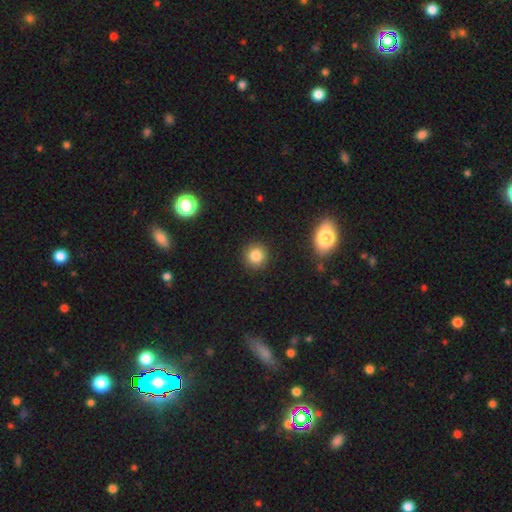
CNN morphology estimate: Smooth or featured? smooth (83%)
How rounded? round (93%)
Merging? none (91%)